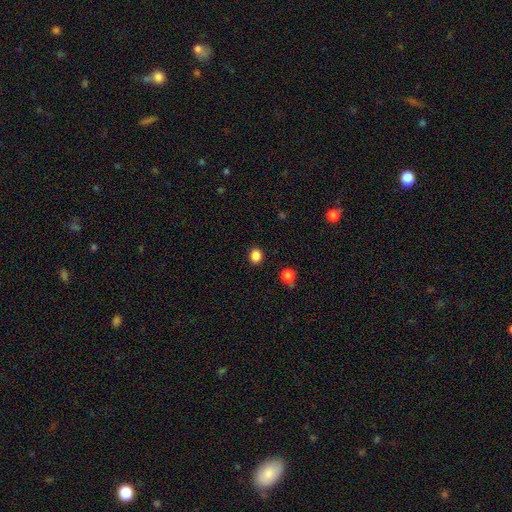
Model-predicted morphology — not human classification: smooth 86%, star or artifact 11%, featured or disk 3%. Down the decision tree: how rounded — round (62%); merging — none (89%).